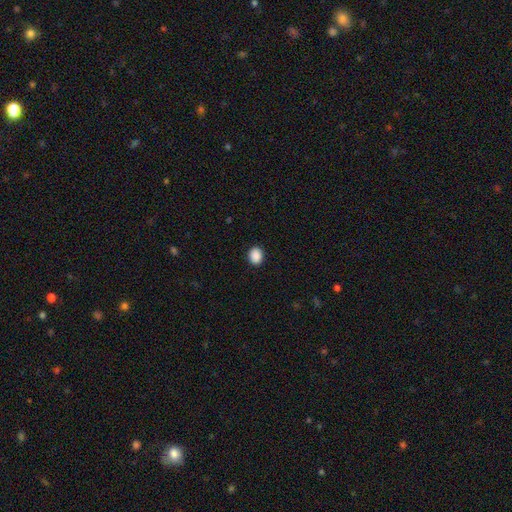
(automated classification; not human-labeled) smooth 90%, star or artifact 8%, featured or disk 2%. Down the decision tree: how rounded — round (54%); merging — none (90%).